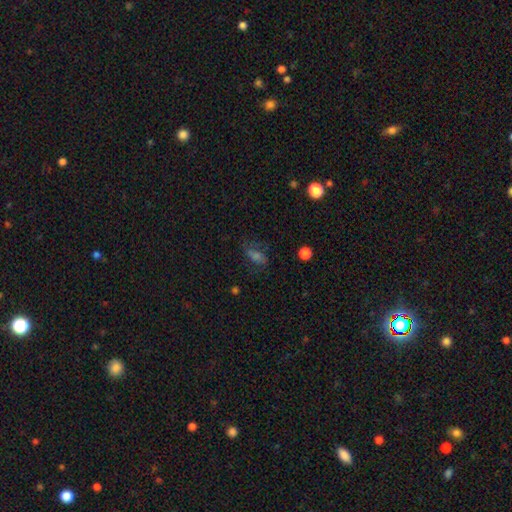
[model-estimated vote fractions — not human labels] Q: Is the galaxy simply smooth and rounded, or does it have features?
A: smooth — 40%.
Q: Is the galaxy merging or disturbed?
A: none — 64%.